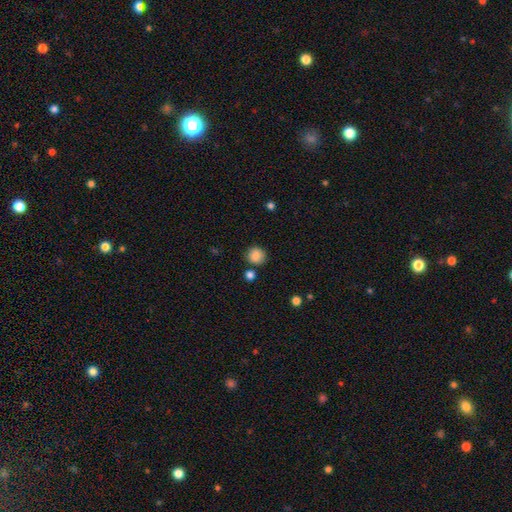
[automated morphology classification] A smooth galaxy with no disk features (86%) that is round (88%).

Vote fractions:
- Smooth or featured? smooth: 86% / star or artifact: 10% / featured or disk: 4%
- How rounded? round: 88% / in between: 11% / cigar-shaped: 1%
- Merging? none: 83% / minor disturbance: 9% / merger: 5% / major disturbance: 3%